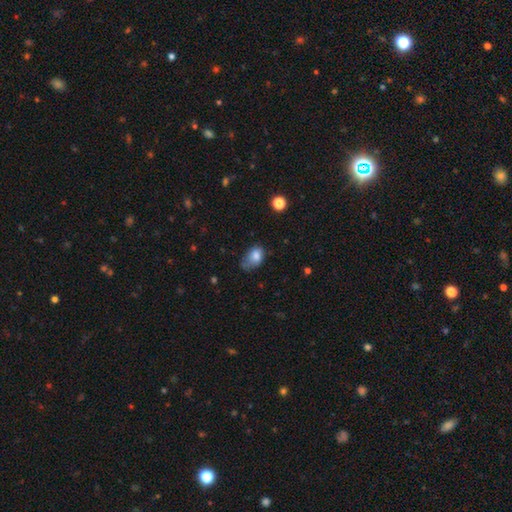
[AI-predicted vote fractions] smooth_or_featured: smooth (p=0.80) [alt: featured or disk p=0.11]
how_rounded: in between (p=0.81) [alt: round p=0.18]
merging: minor disturbance (p=0.41) [alt: none p=0.38]